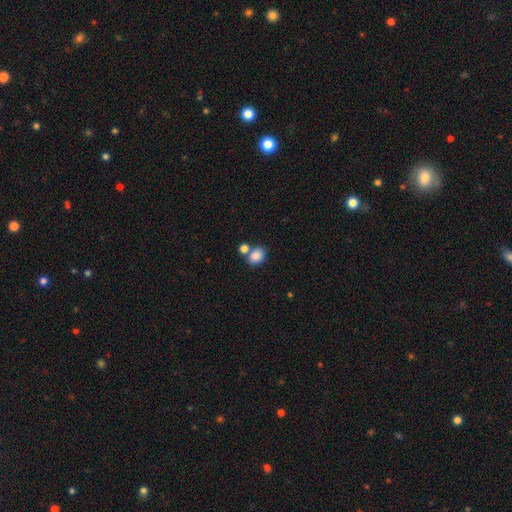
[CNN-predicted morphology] smooth_or_featured: smooth (p=0.85) [alt: star or artifact p=0.09]
how_rounded: in between (p=0.51) [alt: round p=0.48]
merging: none (p=0.53) [alt: merger p=0.33]